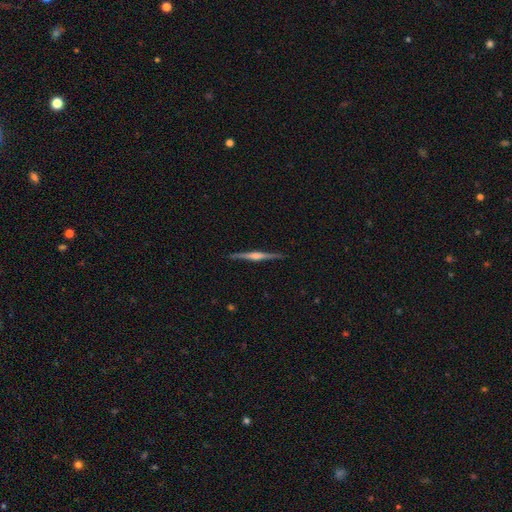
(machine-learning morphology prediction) The model was most divided on "edge-on bulge": rounded: 75%, boxy: 17%, none: 9%. More confident: edge-on disk — yes (99%); merging — none (91%); smooth or featured — featured or disk (83%).